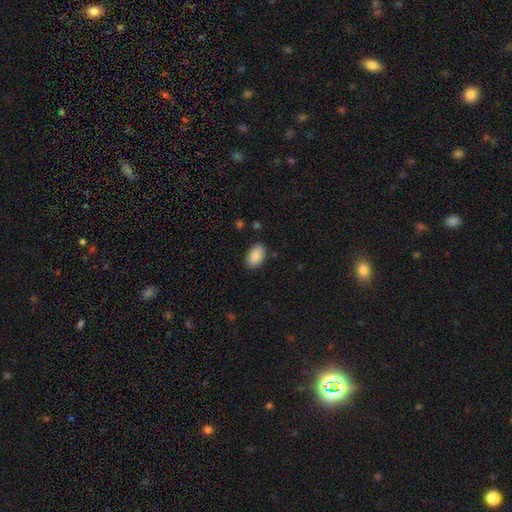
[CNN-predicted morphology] smooth-or-featured: smooth: 90% | star or artifact: 7% | featured or disk: 4%
  how-rounded: in between: 94% | round: 4% | cigar-shaped: 1%
  merging: none: 86% | minor disturbance: 10% | major disturbance: 2% | merger: 1%